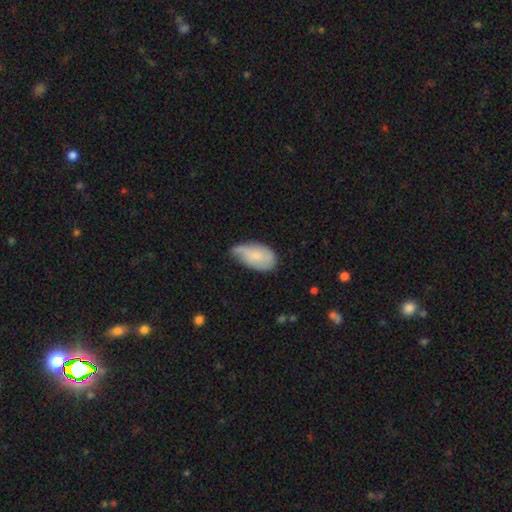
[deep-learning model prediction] smooth_or_featured: smooth (p=0.62) [alt: featured or disk p=0.31]
how_rounded: in between (p=0.93) [alt: round p=0.04]
merging: minor disturbance (p=0.46) [alt: none p=0.39]